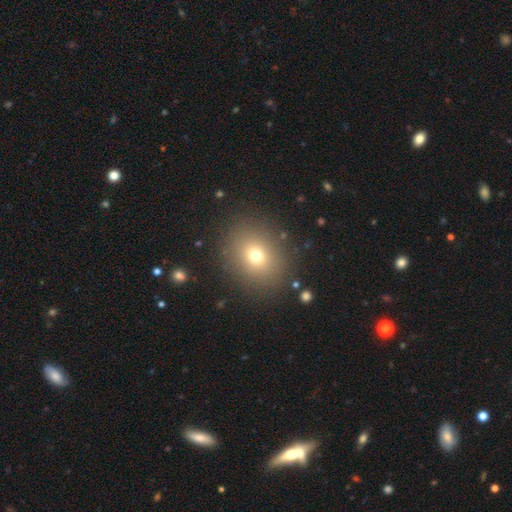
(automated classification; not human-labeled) A smooth galaxy with no disk features (70%) that is round (64%). Merging: none (87%).